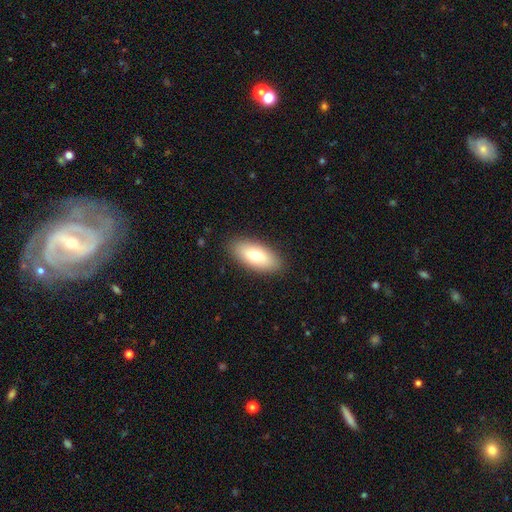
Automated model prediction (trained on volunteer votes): Q: Smooth or featured?
A: smooth (75%); runner-up: featured or disk (19%)
Q: How rounded?
A: in between (87%); runner-up: cigar-shaped (10%)
Q: Merging?
A: none (89%); runner-up: minor disturbance (8%)